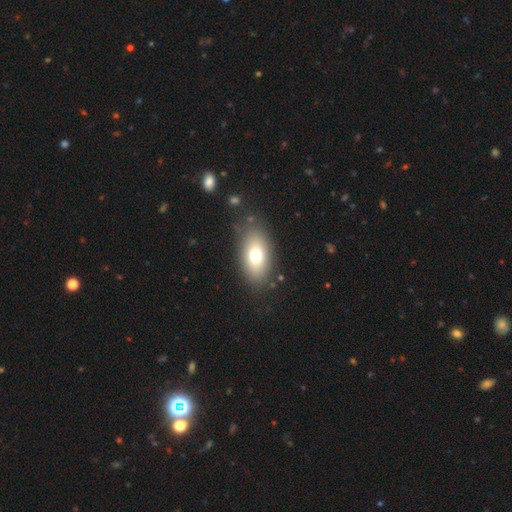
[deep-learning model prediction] smooth-or-featured: smooth: 71% | featured or disk: 19% | star or artifact: 10%
  how-rounded: in between: 87% | round: 8% | cigar-shaped: 4%
  merging: none: 80% | minor disturbance: 12% | major disturbance: 5% | merger: 2%